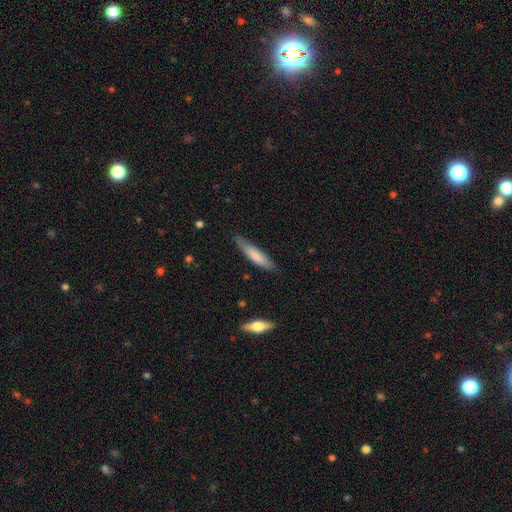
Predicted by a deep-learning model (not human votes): This appears to be a smooth galaxy with no disk features (72%) that is cigar-shaped (80%). Merging: none (77%).